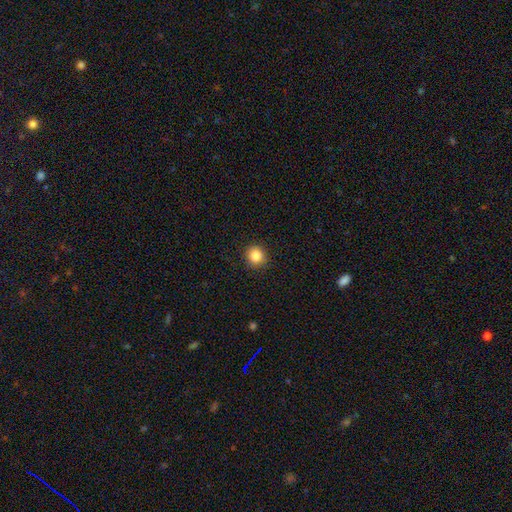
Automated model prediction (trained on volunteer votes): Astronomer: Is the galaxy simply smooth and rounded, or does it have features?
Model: smooth — 86%.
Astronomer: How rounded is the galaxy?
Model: round — 89%.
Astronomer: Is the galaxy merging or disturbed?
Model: none — 91%.